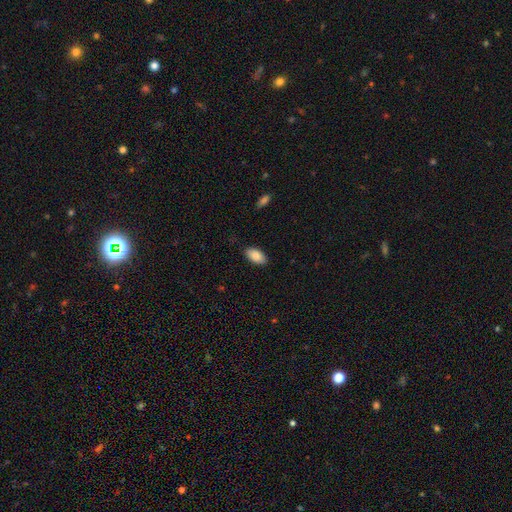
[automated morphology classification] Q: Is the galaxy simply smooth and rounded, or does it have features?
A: smooth — 88%.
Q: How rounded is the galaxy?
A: in between — 94%.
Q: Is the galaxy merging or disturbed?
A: none — 87%.